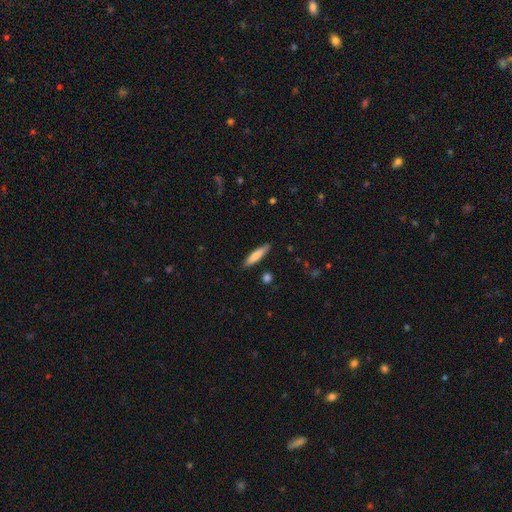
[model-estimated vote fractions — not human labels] This appears to be a smooth galaxy with no disk features (76%) that is cigar-shaped (83%). Merging: none (87%).